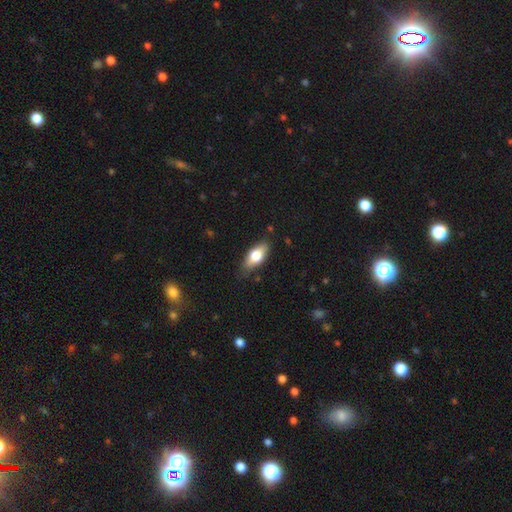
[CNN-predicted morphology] smooth_or_featured: smooth (p=0.70) [alt: featured or disk p=0.24]
how_rounded: in between (p=0.83) [alt: cigar-shaped p=0.14]
merging: none (p=0.80) [alt: minor disturbance p=0.16]